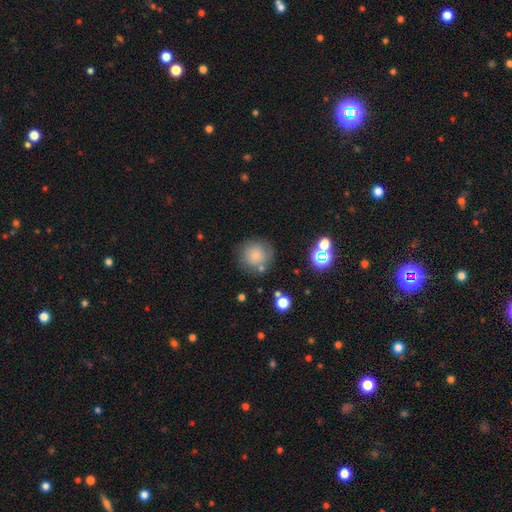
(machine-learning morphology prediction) type=smooth (78%); roundness=round (93%); merging=none (75%).